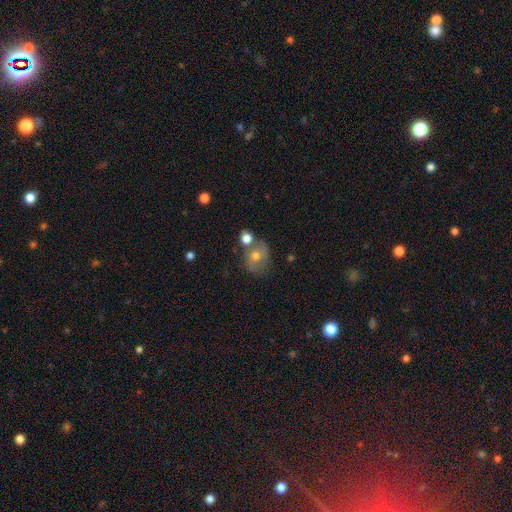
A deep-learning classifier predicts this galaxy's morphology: This is possibly a smooth galaxy (58%). How rounded: likely round (61%). Merging: possibly none (51%).